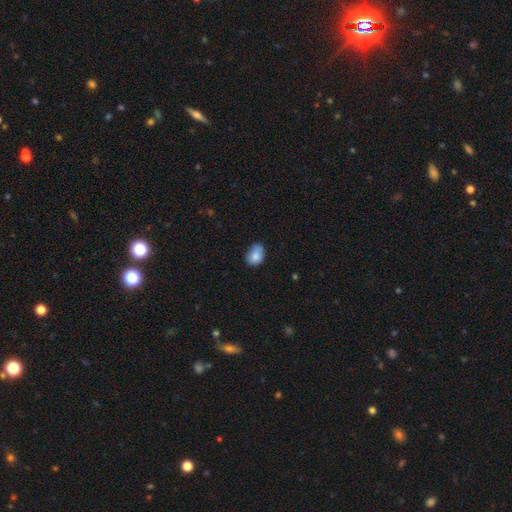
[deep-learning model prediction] This is likely a smooth galaxy (79%). How rounded: likely in between (65%). Merging: possibly none (51%).